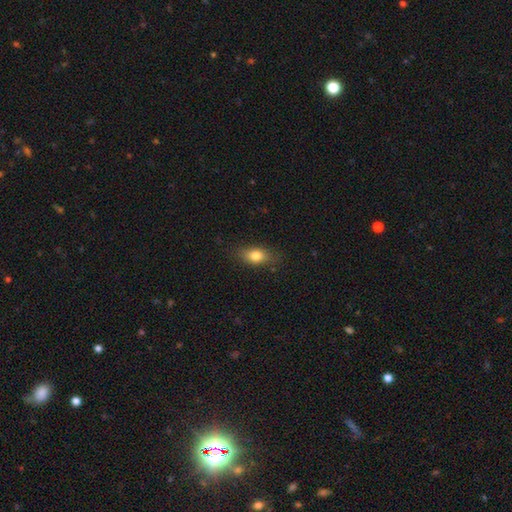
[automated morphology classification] Overall: smooth (80%). How rounded: in between (82%). Merging: none (81%).